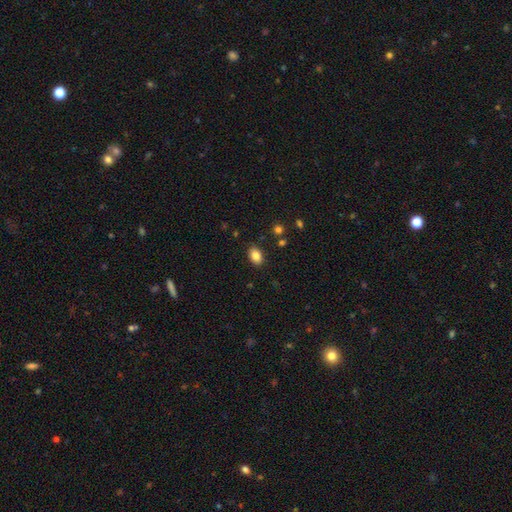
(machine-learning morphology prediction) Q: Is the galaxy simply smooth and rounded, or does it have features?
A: smooth — 86%.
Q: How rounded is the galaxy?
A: in between — 85%.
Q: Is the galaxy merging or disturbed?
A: none — 87%.